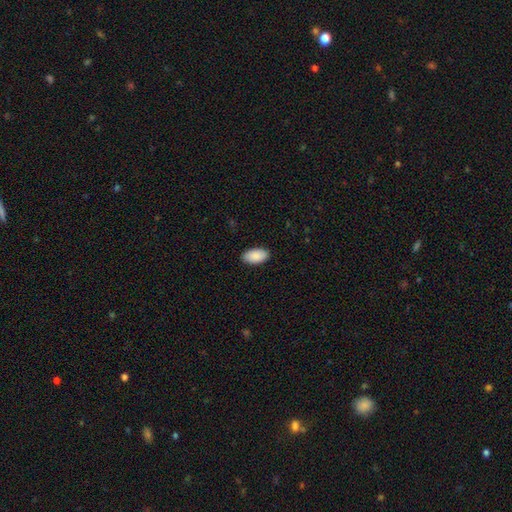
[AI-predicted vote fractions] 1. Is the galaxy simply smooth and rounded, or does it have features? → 90% smooth, 6% star or artifact, 4% featured or disk.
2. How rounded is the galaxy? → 96% in between, 2% round, 2% cigar-shaped.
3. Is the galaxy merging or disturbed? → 89% none, 8% minor disturbance, 2% major disturbance, 1% merger.